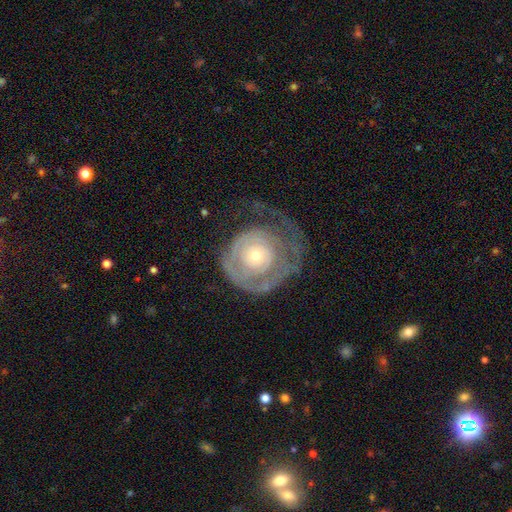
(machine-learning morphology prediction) Q: Smooth or featured?
A: featured or disk (70%); runner-up: smooth (24%)
Q: Edge-on disk?
A: no (97%); runner-up: yes (3%)
Q: Bar?
A: no (86%); runner-up: weak (11%)
Q: Spiral arms?
A: yes (69%); runner-up: no (31%)
Q: Bulge size?
A: small (57%); runner-up: moderate (37%)
Q: Merging?
A: none (41%); runner-up: major disturbance (36%)